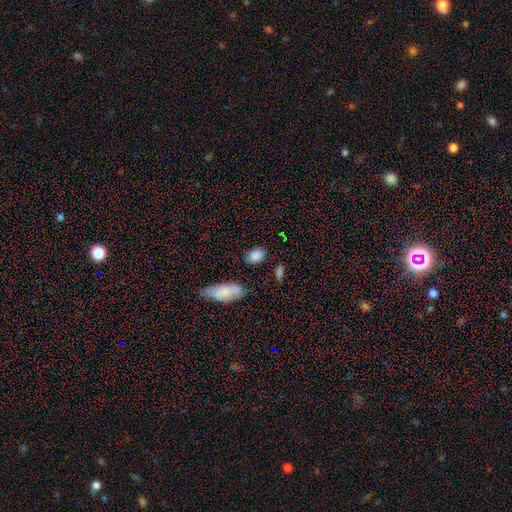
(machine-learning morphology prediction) A smooth galaxy with no disk features (84%) that is in between round and cigar-shaped (82%).

Vote fractions:
- Smooth or featured? smooth: 84% / star or artifact: 9% / featured or disk: 6%
- How rounded? in between: 82% / round: 16% / cigar-shaped: 3%
- Merging? none: 75% / minor disturbance: 16% / merger: 4% / major disturbance: 4%